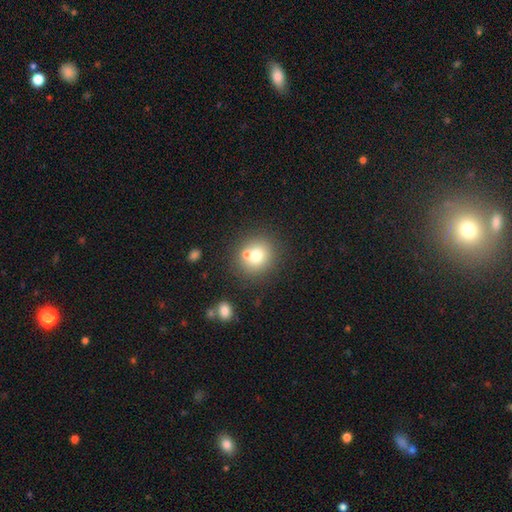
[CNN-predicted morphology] smooth 72%, featured or disk 15%, star or artifact 13%. Down the decision tree: how rounded — round (85%); merging — none (64%).